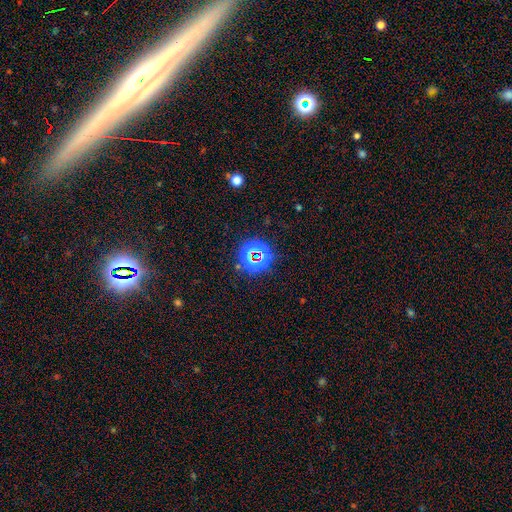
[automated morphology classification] Smooth or featured? Predicted: star or artifact (p=0.68).